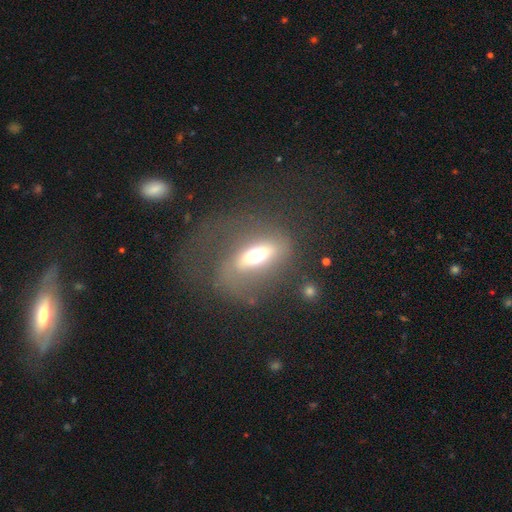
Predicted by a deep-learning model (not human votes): Smooth or featured? smooth (48%)
Merging? none (51%)